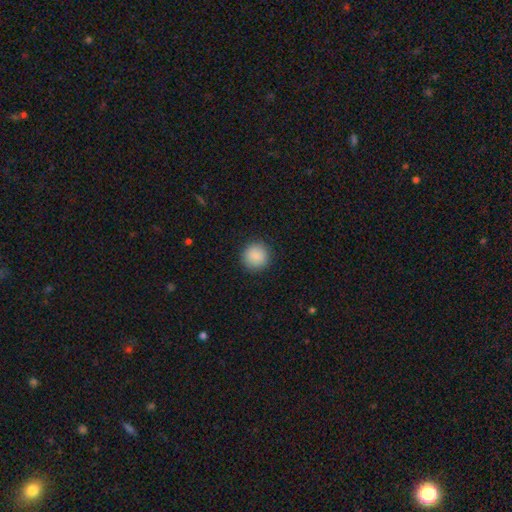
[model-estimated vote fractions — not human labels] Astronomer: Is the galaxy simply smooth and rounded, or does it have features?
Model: smooth — 88%.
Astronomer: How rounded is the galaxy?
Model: round — 95%.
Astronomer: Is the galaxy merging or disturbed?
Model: none — 91%.